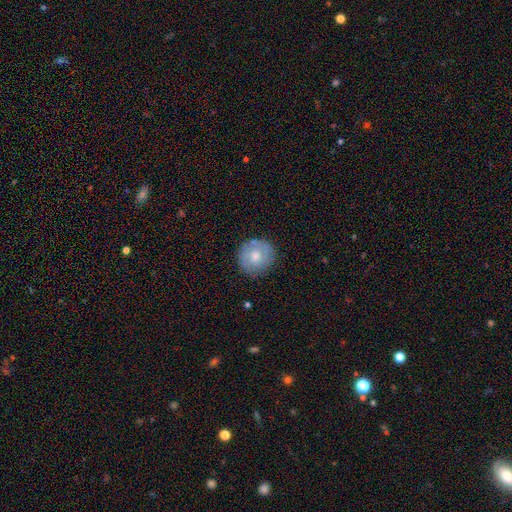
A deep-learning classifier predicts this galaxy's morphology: Smooth or featured? Predicted: smooth (p=0.54). How rounded? Predicted: round (p=0.90). Merging? Predicted: none (p=0.83).